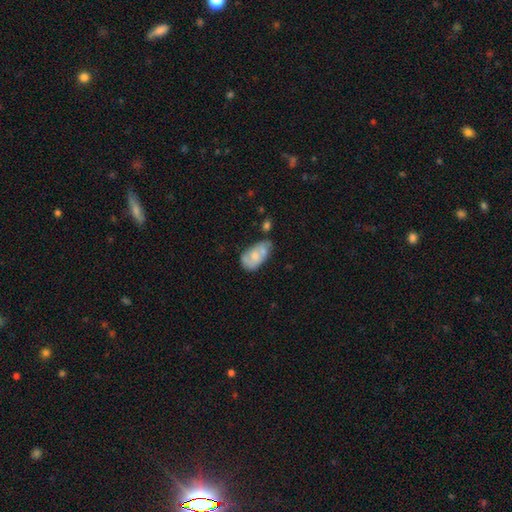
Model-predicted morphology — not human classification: A smooth galaxy with no disk features (52%) that is in between round and cigar-shaped (93%).

Vote fractions:
- Smooth or featured? smooth: 52% / featured or disk: 41% / star or artifact: 7%
- How rounded? in between: 93% / round: 5% / cigar-shaped: 3%
- Merging? none: 38% / minor disturbance: 30% / merger: 20% / major disturbance: 13%